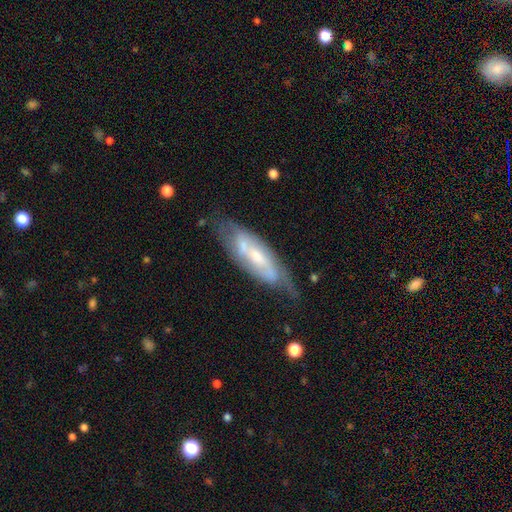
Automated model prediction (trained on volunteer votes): smooth_or_featured: featured or disk (p=0.74) [alt: smooth p=0.20]
disk_edge_on: no (p=0.81) [alt: yes p=0.19]
bar: weak (p=0.42) [alt: no p=0.39]
has_spiral_arms: yes (p=0.84) [alt: no p=0.16]
spiral_winding: medium (p=0.42) [alt: tight p=0.37]
spiral_arm_count: 2 (p=0.60) [alt: can't tell p=0.29]
bulge_size: small (p=0.48) [alt: moderate p=0.42]
merging: none (p=0.59) [alt: minor disturbance p=0.26]